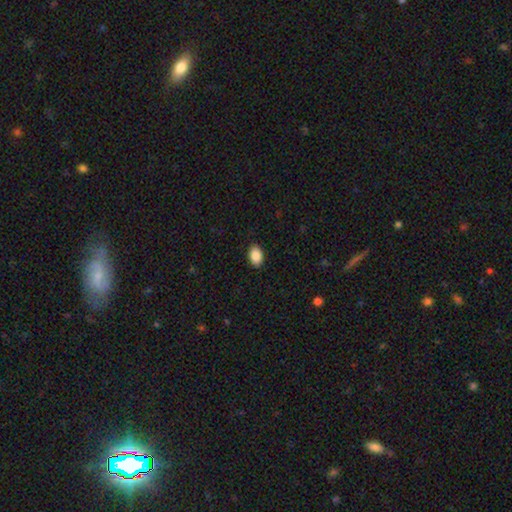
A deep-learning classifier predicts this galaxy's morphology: Q: Smooth or featured?
A: smooth (89%); runner-up: star or artifact (7%)
Q: How rounded?
A: in between (88%); runner-up: round (11%)
Q: Merging?
A: none (88%); runner-up: minor disturbance (9%)